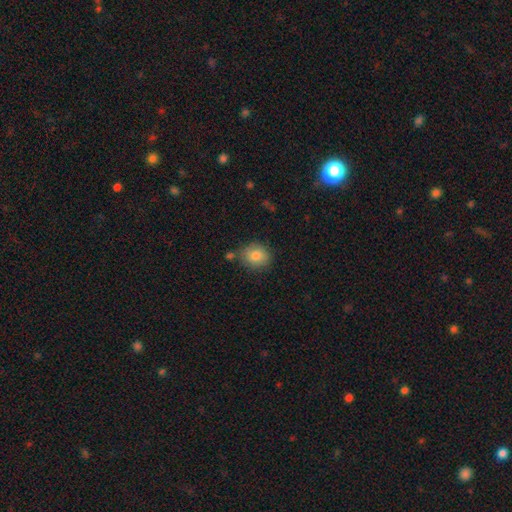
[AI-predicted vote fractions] smooth 83%, star or artifact 9%, featured or disk 9%. Down the decision tree: how rounded — round (71%); merging — none (77%).